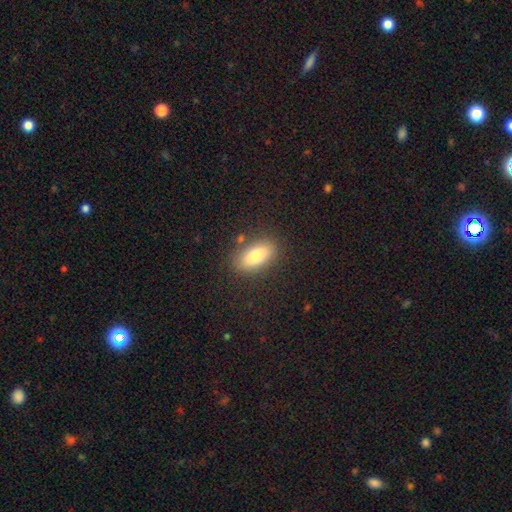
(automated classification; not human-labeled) smooth-or-featured: smooth: 78% | featured or disk: 14% | star or artifact: 8%
  how-rounded: in between: 87% | cigar-shaped: 8% | round: 4%
  merging: none: 84% | minor disturbance: 11% | major disturbance: 3% | merger: 3%